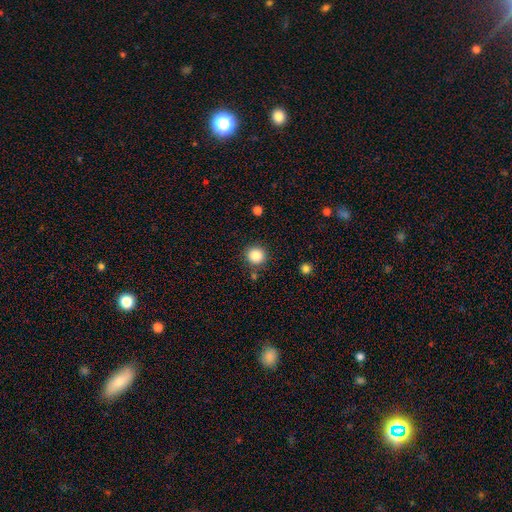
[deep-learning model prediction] The model was most divided on "smooth or featured": smooth: 85%, star or artifact: 10%, featured or disk: 5%. More confident: how rounded — round (93%); merging — none (87%).